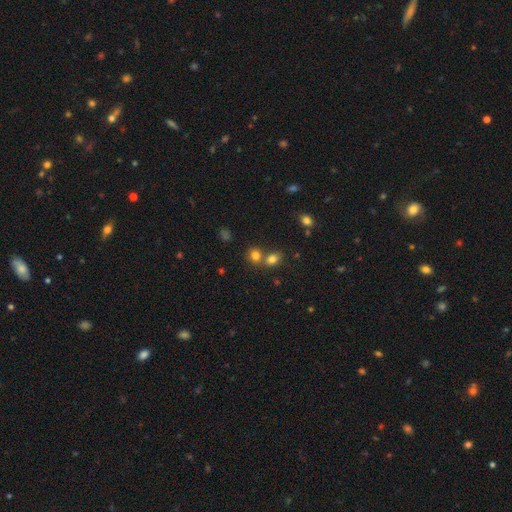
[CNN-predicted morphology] smooth-or-featured: smooth: 78% | star or artifact: 14% | featured or disk: 8%
  how-rounded: round: 67% | in between: 32% | cigar-shaped: 1%
  merging: none: 49% | merger: 40% | minor disturbance: 8% | major disturbance: 3%